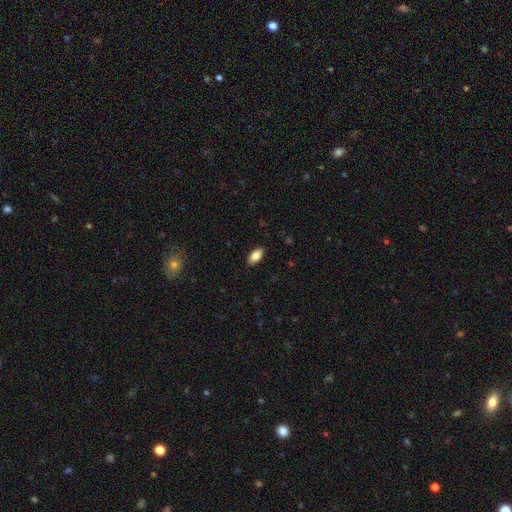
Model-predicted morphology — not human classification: The model was most divided on "smooth or featured": smooth: 85%, featured or disk: 8%, star or artifact: 7%. More confident: how rounded — in between (91%); merging — none (88%).